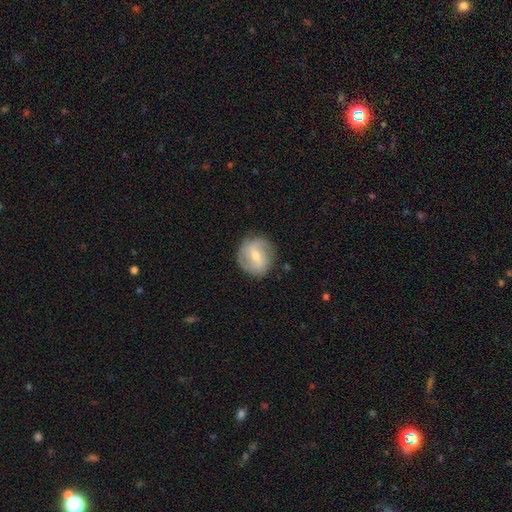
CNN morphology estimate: Smooth or featured? featured or disk (62%)
Edge-on disk? no (96%)
Bar? weak (49%)
Spiral arms? yes (79%)
Bulge size? moderate (54%)
Merging? none (82%)